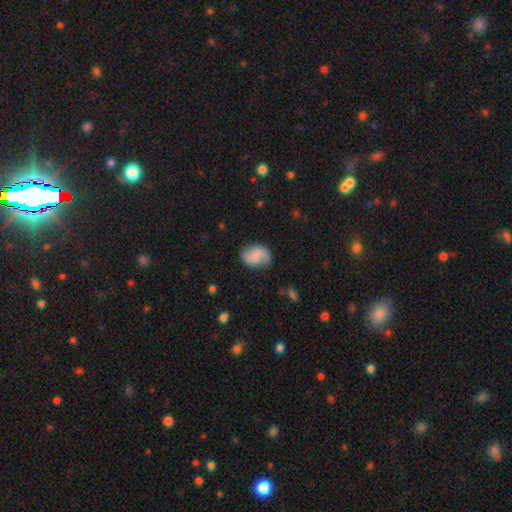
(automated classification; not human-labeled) Overall: smooth (51%; featured or disk 41%). How rounded: in between (63%; round 35%). Merging: none (76%).